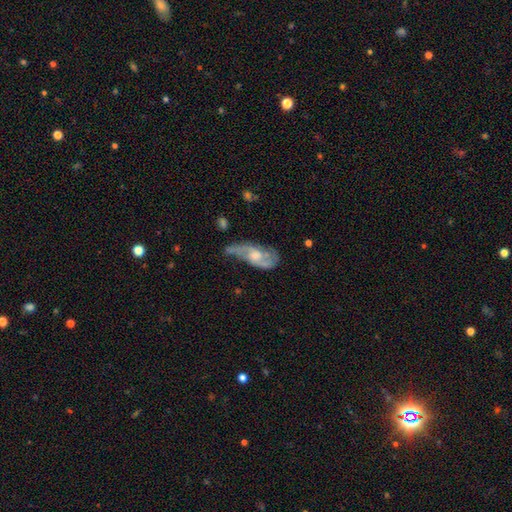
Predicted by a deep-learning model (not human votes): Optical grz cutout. It shows a featured or disk galaxy (75%) with no bar (62%), 2 (75%) loose (46%) spiral arms (87%) and a moderate central bulge (52%). Merging: none (39%).